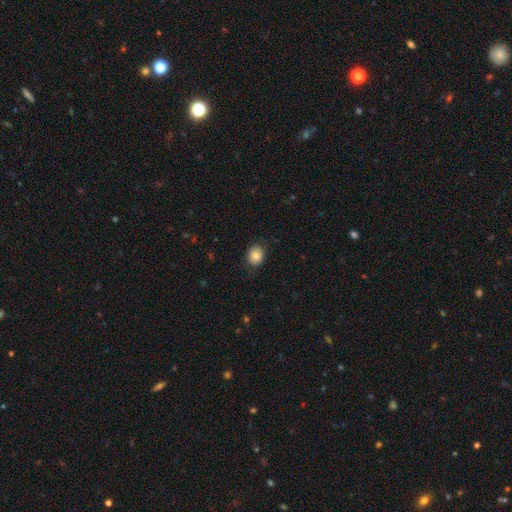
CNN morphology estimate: smooth-or-featured: smooth: 83% | star or artifact: 8% | featured or disk: 8%
  how-rounded: round: 53% | in between: 46% | cigar-shaped: 1%
  merging: none: 80% | minor disturbance: 15% | major disturbance: 4% | merger: 1%